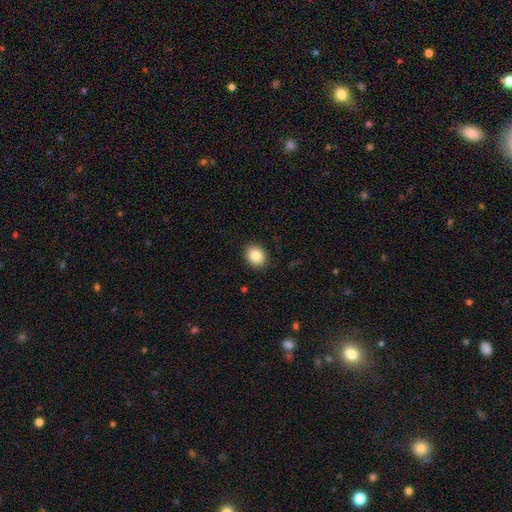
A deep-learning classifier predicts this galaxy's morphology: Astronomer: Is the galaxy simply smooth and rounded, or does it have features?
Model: smooth — 85%.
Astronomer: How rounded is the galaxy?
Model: round — 59% (runner-up: in between, 40%).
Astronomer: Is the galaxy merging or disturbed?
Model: none — 90%.